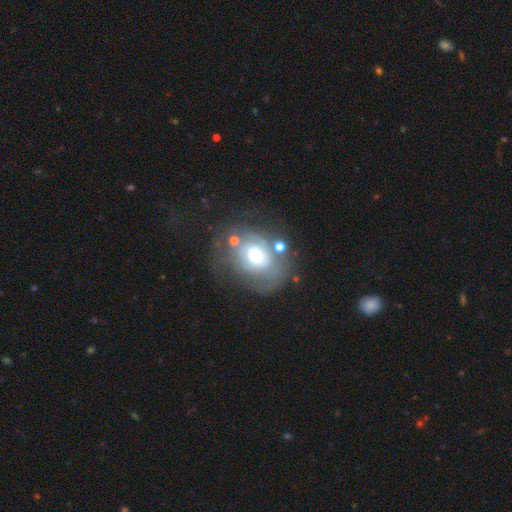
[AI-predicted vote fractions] featured or disk 59%, smooth 32%, star or artifact 9%. Down the decision tree: edge-on disk — no (96%); bar — no (81%); spiral arms — yes (60%); bulge size — moderate (60%); merging — none (50%).